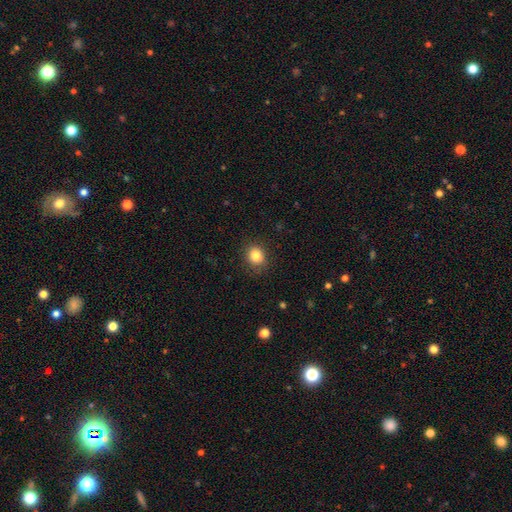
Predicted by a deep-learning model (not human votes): Overall: smooth (83%). How rounded: round (74%). Merging: none (86%).